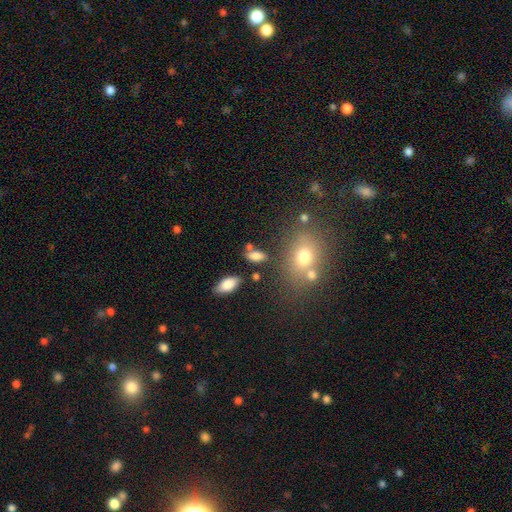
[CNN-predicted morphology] The model was most divided on "merging": none: 65%, minor disturbance: 15%, merger: 14%, major disturbance: 6%. More confident: how rounded — in between (85%); smooth or featured — smooth (78%).